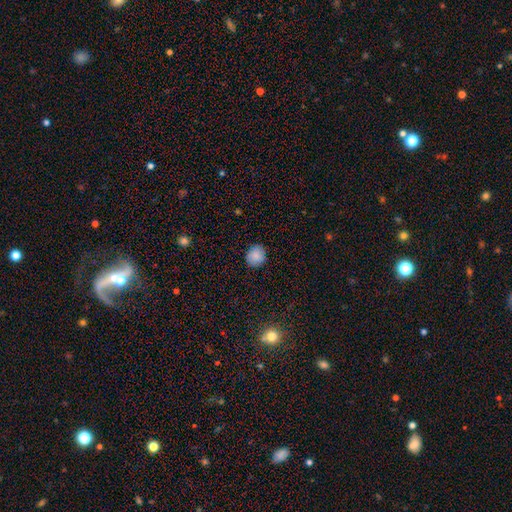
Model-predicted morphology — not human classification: smooth 86%, star or artifact 9%, featured or disk 5%. Down the decision tree: how rounded — round (80%); merging — none (87%).